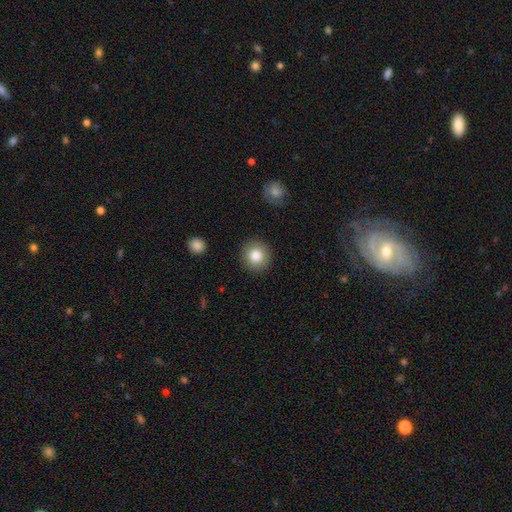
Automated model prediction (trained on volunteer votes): Overall: smooth (82%). How rounded: round (92%). Merging: none (90%).